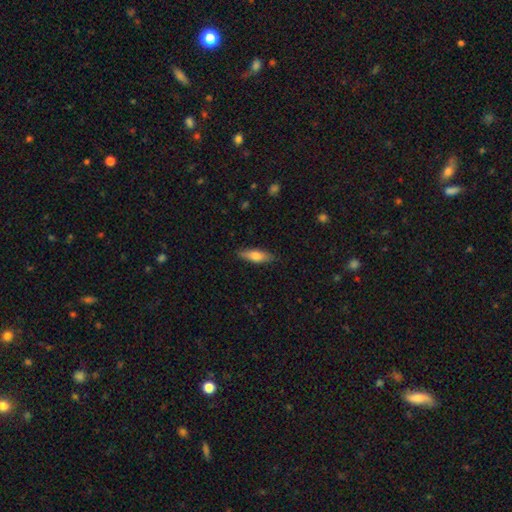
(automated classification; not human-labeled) smooth 69%, featured or disk 25%, star or artifact 6%. Down the decision tree: how rounded — cigar-shaped (49%, tied with in between); merging — none (85%).